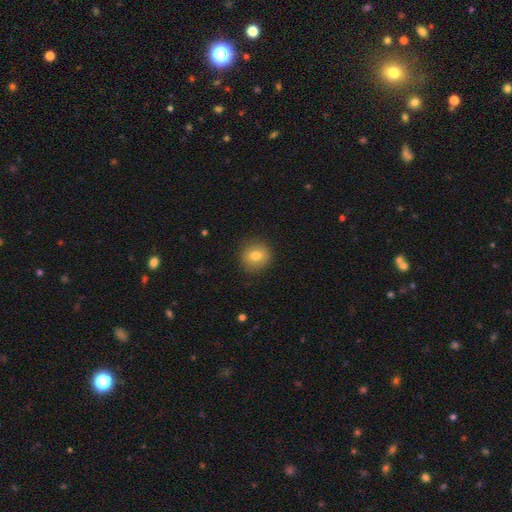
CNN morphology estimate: smooth_or_featured: smooth (p=0.77) [alt: featured or disk p=0.14]
how_rounded: round (p=0.85) [alt: in between p=0.14]
merging: none (p=0.86) [alt: minor disturbance p=0.10]